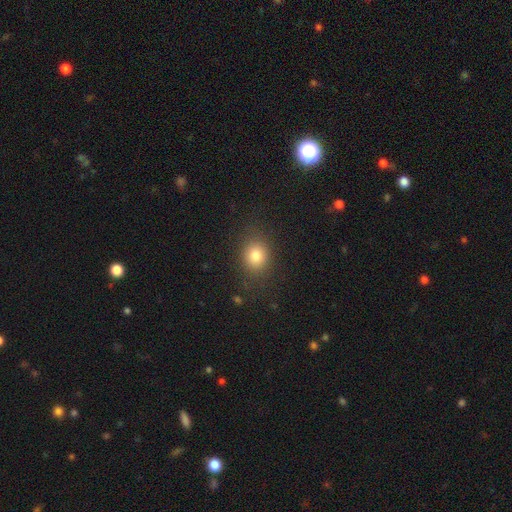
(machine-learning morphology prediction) Smooth or featured?
  - smooth: 80% *
  - star or artifact: 12%
  - featured or disk: 8%
How rounded?
  - round: 62% *
  - in between: 37%
  - cigar-shaped: 1%
Merging?
  - none: 83% *
  - minor disturbance: 11%
  - major disturbance: 5%
  - merger: 1%